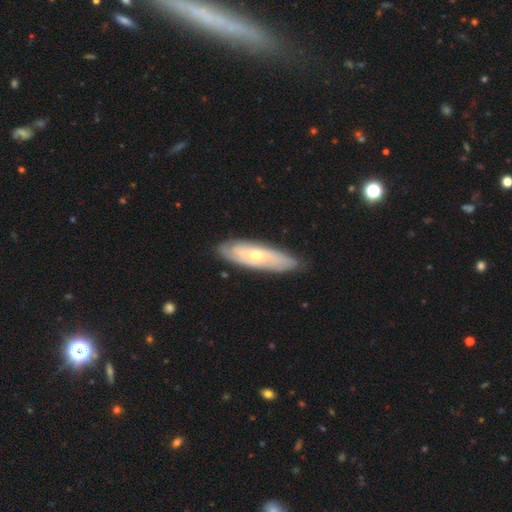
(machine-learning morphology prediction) A featured or disk galaxy (62%).

Vote fractions:
- Smooth or featured? featured or disk: 62% / smooth: 32% / star or artifact: 6%
- Edge-on disk? no: 71% / yes: 29%
- Merging? none: 83% / minor disturbance: 13% / major disturbance: 3% / merger: 1%